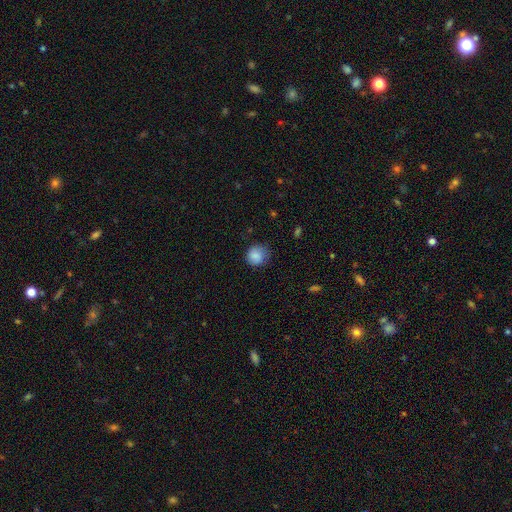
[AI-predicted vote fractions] A smooth galaxy with no disk features (85%) that is round (86%). Merging: none (72%).